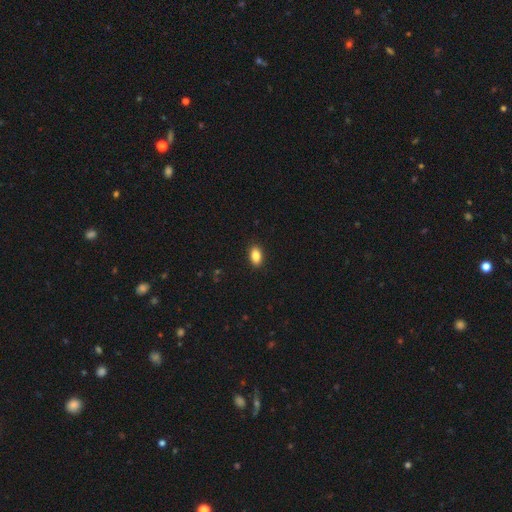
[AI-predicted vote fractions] Smooth or featured? Predicted: smooth (p=0.87). How rounded? Predicted: in between (p=0.90). Merging? Predicted: none (p=0.90).